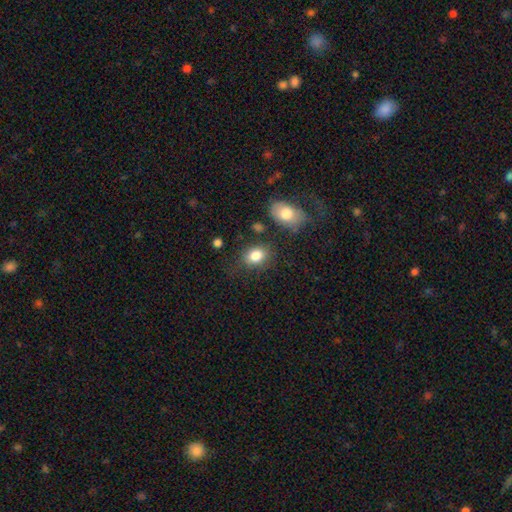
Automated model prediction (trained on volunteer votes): Q: Smooth or featured?
A: smooth (84%); runner-up: star or artifact (9%)
Q: How rounded?
A: in between (65%); runner-up: round (34%)
Q: Merging?
A: none (72%); runner-up: minor disturbance (17%)